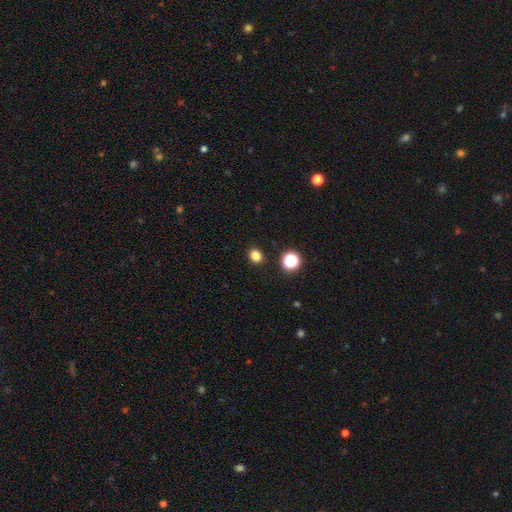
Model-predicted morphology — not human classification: A smooth galaxy with no disk features (82%) that is round (63%). Merging: none (90%).